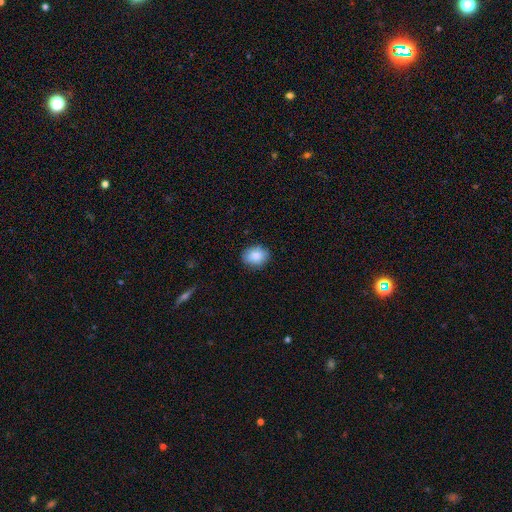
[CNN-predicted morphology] Smooth or featured: smooth — 86% (star or artifact — 8%)
How rounded: in between — 50% (round — 49%)
Merging: none — 86% (minor disturbance — 11%)